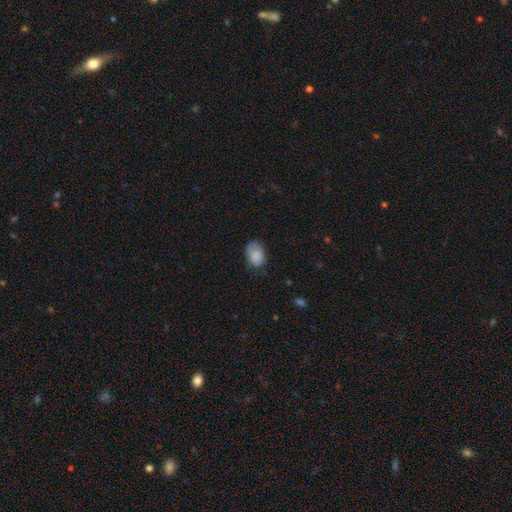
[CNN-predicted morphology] Smooth or featured? smooth (84%)
How rounded? in between (82%)
Merging? none (59%)